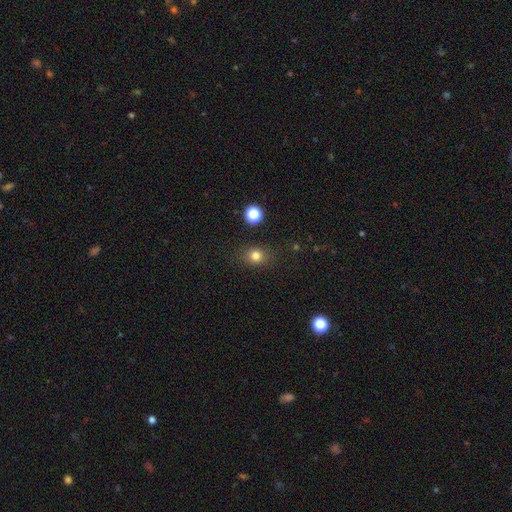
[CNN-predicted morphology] A smooth galaxy with no disk features (80%) that is round (66%).

Vote fractions:
- Smooth or featured? smooth: 80% / star or artifact: 14% / featured or disk: 6%
- How rounded? round: 66% / in between: 33% / cigar-shaped: 1%
- Merging? none: 85% / minor disturbance: 10% / major disturbance: 3% / merger: 2%